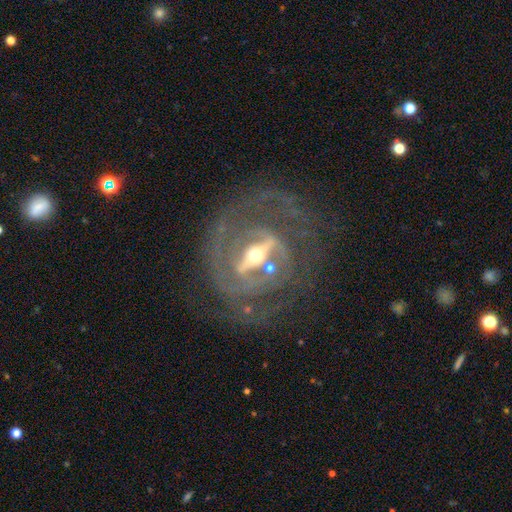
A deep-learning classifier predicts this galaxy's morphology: Smooth or featured?
  - featured or disk: 87% *
  - star or artifact: 7%
  - smooth: 6%
Edge-on disk?
  - no: 89% *
  - yes: 11%
Bar?
  - strong: 76% *
  - weak: 16%
  - no: 8%
Spiral arms?
  - yes: 80% *
  - no: 20%
Spiral winding?
  - tight: 50% *
  - medium: 35%
  - loose: 15%
Spiral arm count?
  - 2: 41% *
  - can't tell: 30%
  - 3: 12%
  - 1: 6%
  - 4: 6%
  - more than 4: 5%
Bulge size?
  - moderate: 47% *
  - small: 46%
  - large: 5%
  - dominant: 1%
  - none: 1%
Merging?
  - none: 60% *
  - major disturbance: 20%
  - minor disturbance: 16%
  - merger: 3%